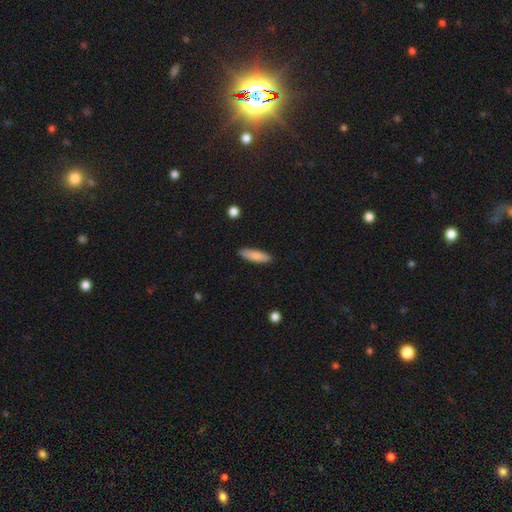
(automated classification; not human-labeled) Morphology: type=smooth (85%); roundness=cigar-shaped (58%); merging=none (88%).